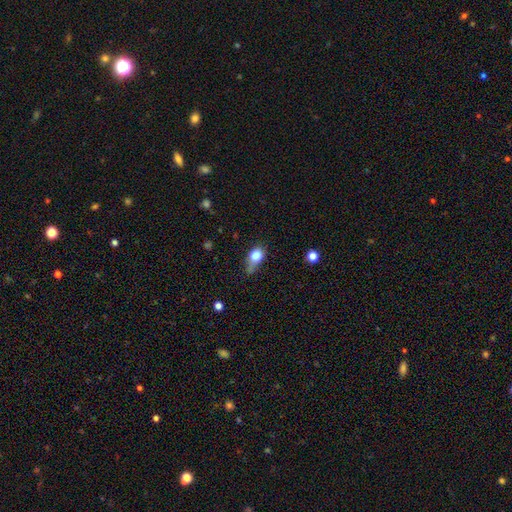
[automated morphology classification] A smooth galaxy with no disk features (78%) that is in between round and cigar-shaped (62%). Merging: minor disturbance (40%).